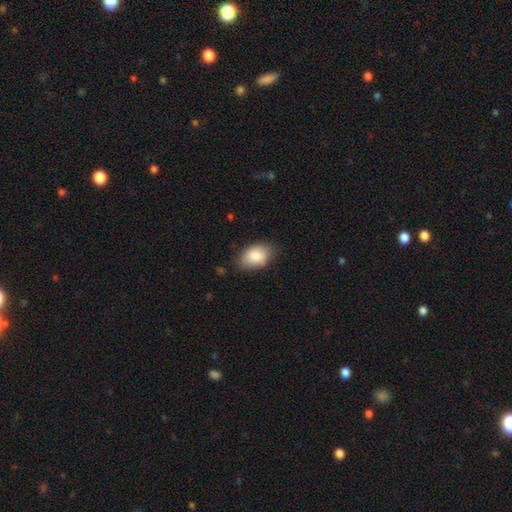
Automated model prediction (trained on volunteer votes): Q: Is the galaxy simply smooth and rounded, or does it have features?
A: smooth — 87%.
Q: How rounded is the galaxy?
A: in between — 89%.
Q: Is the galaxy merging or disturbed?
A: none — 78%.